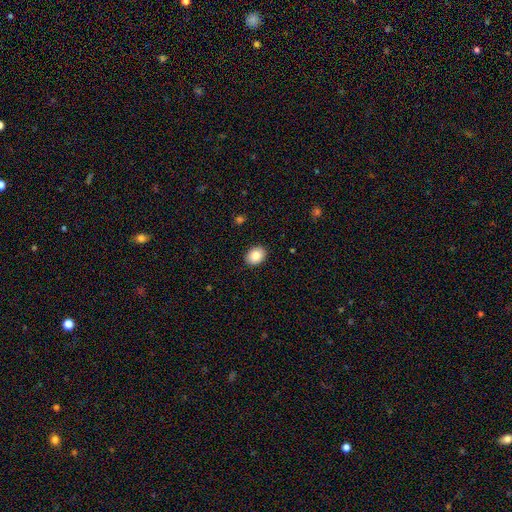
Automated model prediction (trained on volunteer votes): Q: Smooth or featured?
A: smooth (87%); runner-up: star or artifact (8%)
Q: How rounded?
A: in between (59%); runner-up: round (40%)
Q: Merging?
A: none (90%); runner-up: minor disturbance (8%)